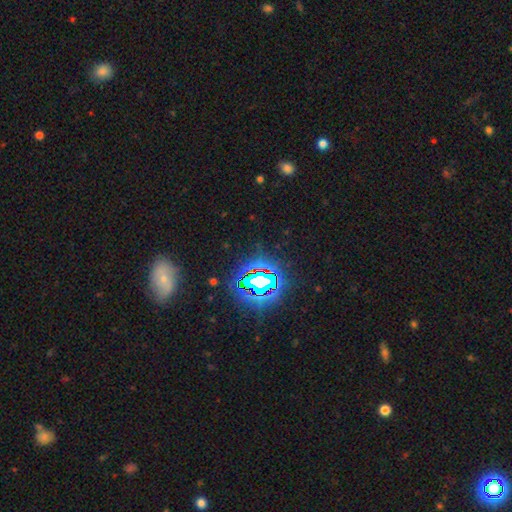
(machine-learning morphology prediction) type=star or artifact (78%).